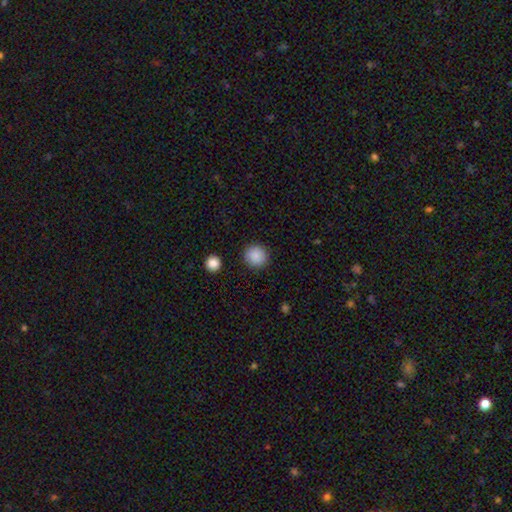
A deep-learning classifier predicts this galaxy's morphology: Overall: smooth (88%). How rounded: round (95%). Merging: none (91%).